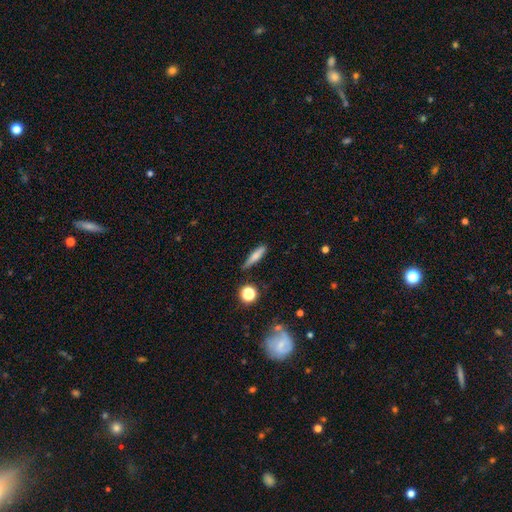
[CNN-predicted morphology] smooth-or-featured: smooth: 69% | featured or disk: 21% | star or artifact: 9%
  how-rounded: cigar-shaped: 78% | in between: 18% | round: 4%
  merging: none: 75% | minor disturbance: 18% | major disturbance: 4% | merger: 3%